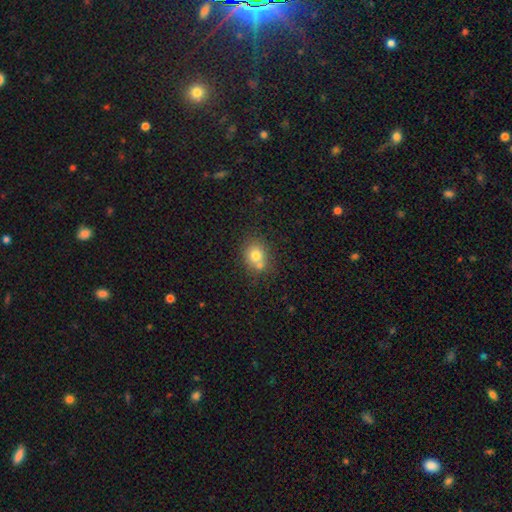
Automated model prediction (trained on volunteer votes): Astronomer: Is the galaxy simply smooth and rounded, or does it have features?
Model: smooth — 75%.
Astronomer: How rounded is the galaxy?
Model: round — 73%.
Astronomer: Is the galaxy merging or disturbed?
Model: none — 53% (runner-up: merger, 32%).